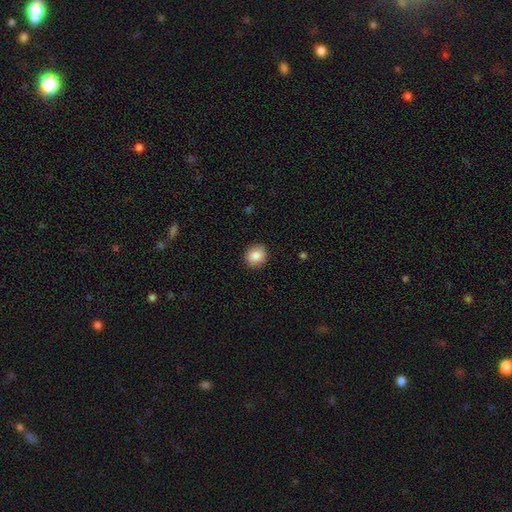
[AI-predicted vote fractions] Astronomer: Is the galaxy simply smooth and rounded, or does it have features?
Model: smooth — 87%.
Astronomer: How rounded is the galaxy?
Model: round — 79%.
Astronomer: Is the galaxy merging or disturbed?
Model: none — 89%.